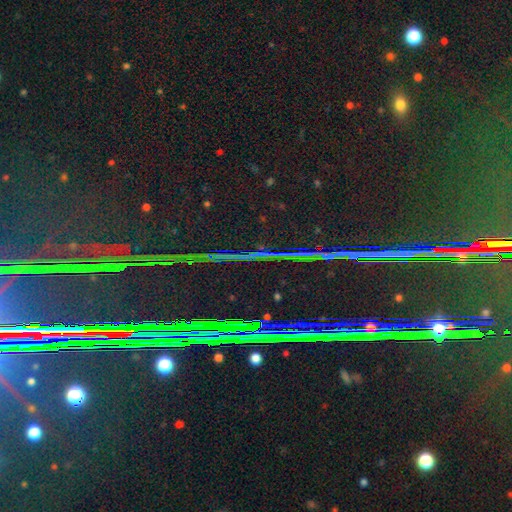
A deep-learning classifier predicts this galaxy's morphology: Overall: star or artifact (88%).